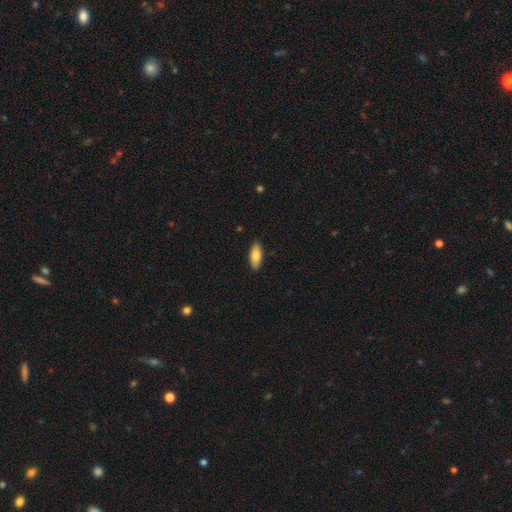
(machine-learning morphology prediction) type=smooth (81%); roundness=in between (79%); merging=none (89%).